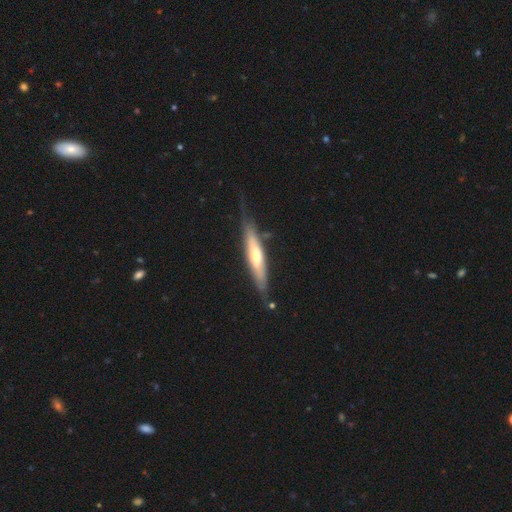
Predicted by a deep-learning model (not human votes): Smooth or featured: featured or disk — 60% (smooth — 35%)
Edge-on disk: yes — 84% (no — 16%)
Edge-on bulge: rounded — 69% (none — 21%)
Merging: none — 69% (minor disturbance — 22%)